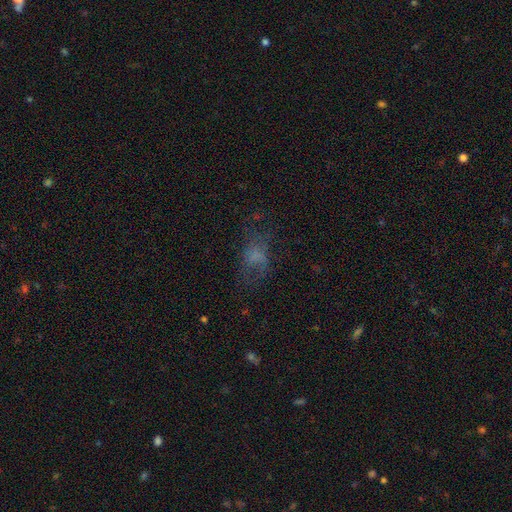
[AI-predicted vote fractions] Smooth or featured?
  - smooth: 49% *
  - featured or disk: 30%
  - star or artifact: 21%
Merging?
  - none: 44% *
  - major disturbance: 33%
  - minor disturbance: 20%
  - merger: 3%